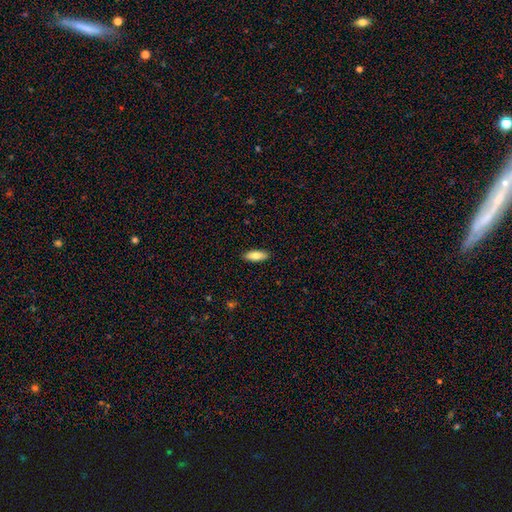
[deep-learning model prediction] Smooth or featured? Predicted: smooth (p=0.81). How rounded? Predicted: in between (p=0.73). Merging? Predicted: none (p=0.90).